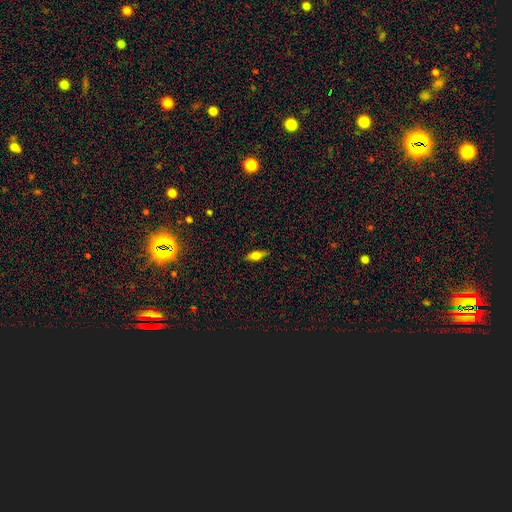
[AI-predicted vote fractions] This is likely a smooth galaxy (63%). How rounded: likely in between (73%). Merging: clearly none (85%).